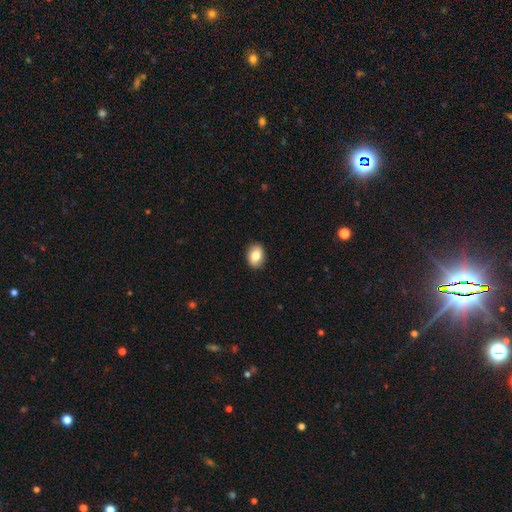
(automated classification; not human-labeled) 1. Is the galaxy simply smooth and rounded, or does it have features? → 83% smooth, 9% featured or disk, 8% star or artifact.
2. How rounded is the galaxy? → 73% in between, 26% round, 1% cigar-shaped.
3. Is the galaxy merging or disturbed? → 90% none, 8% minor disturbance, 2% major disturbance, 1% merger.